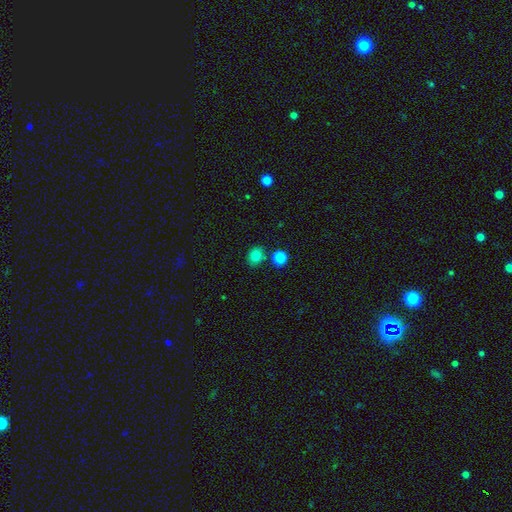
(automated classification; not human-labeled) The model was most divided on "how rounded": round: 64%, in between: 35%, cigar-shaped: 1%. More confident: smooth or featured — smooth (81%); merging — none (78%).